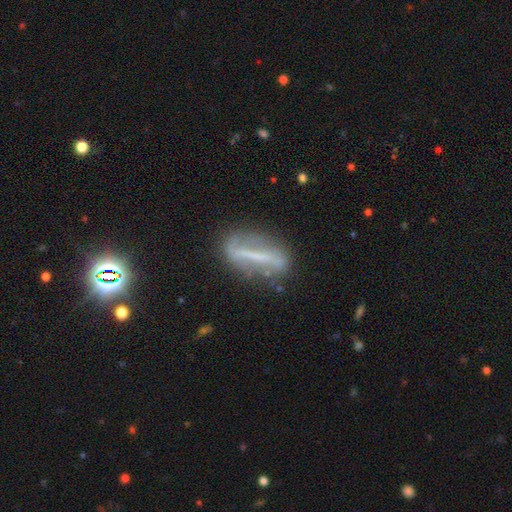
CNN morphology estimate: Smooth or featured?
  - featured or disk: 64% *
  - smooth: 23%
  - star or artifact: 13%
Edge-on disk?
  - no: 67% *
  - yes: 33%
Merging?
  - none: 74% *
  - minor disturbance: 16%
  - major disturbance: 7%
  - merger: 3%